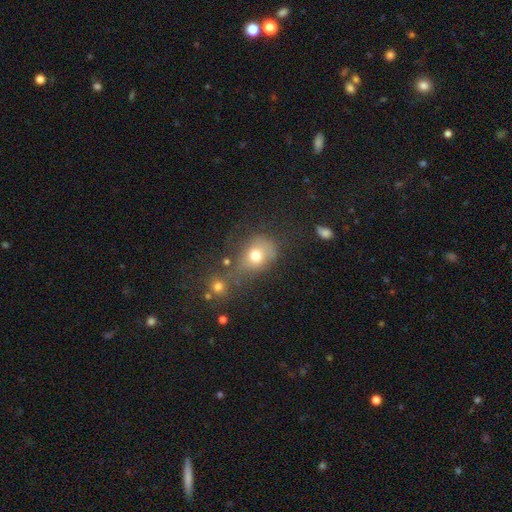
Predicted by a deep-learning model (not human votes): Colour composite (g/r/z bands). It shows a smooth galaxy with no disk features (71%) that is round (50%). Merging: none (36%).